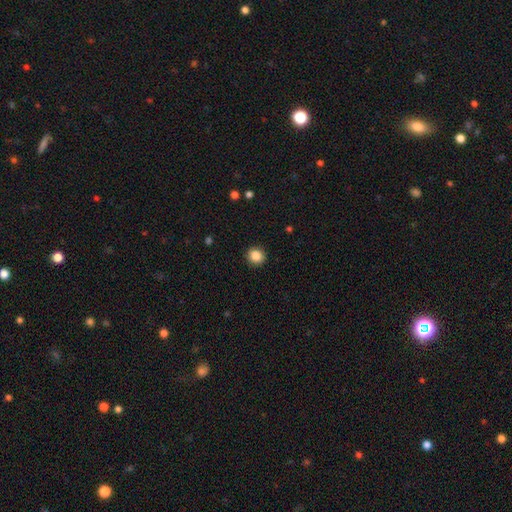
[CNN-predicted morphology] Smooth or featured? smooth (87%)
How rounded? round (84%)
Merging? none (91%)